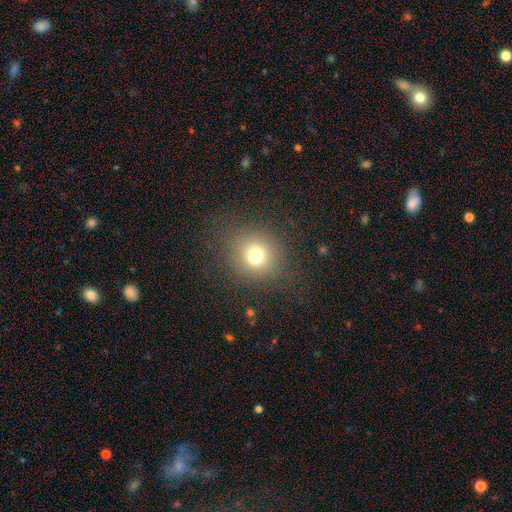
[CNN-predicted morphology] The model was most divided on "smooth or featured": smooth: 70%, star or artifact: 17%, featured or disk: 14%. More confident: how rounded — round (81%); merging — none (71%).